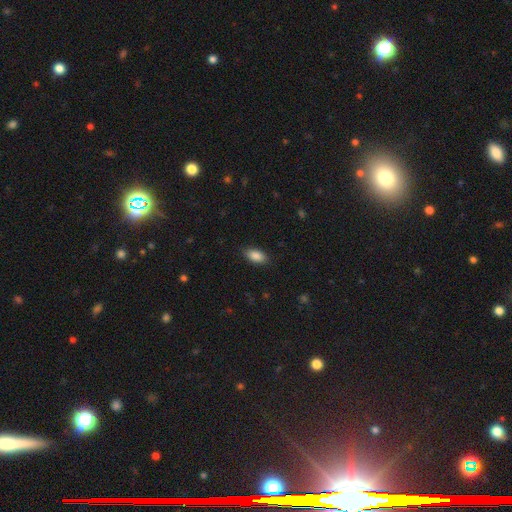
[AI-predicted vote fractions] smooth-or-featured: smooth: 88% | star or artifact: 7% | featured or disk: 5%
  how-rounded: in between: 92% | cigar-shaped: 4% | round: 4%
  merging: none: 86% | minor disturbance: 10% | major disturbance: 3% | merger: 1%